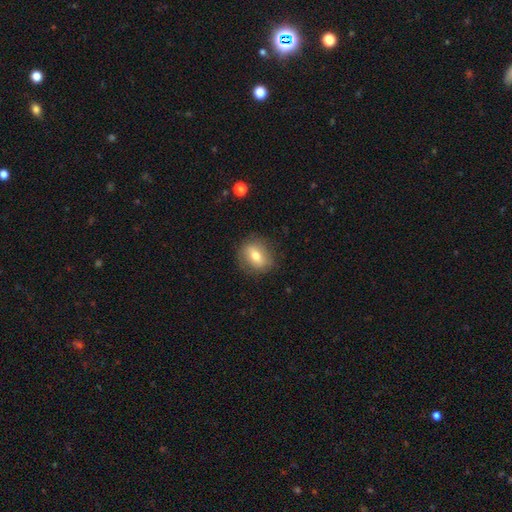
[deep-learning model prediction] Smooth or featured? Predicted: smooth (p=0.65). How rounded? Predicted: in between (p=0.51). Merging? Predicted: none (p=0.82).